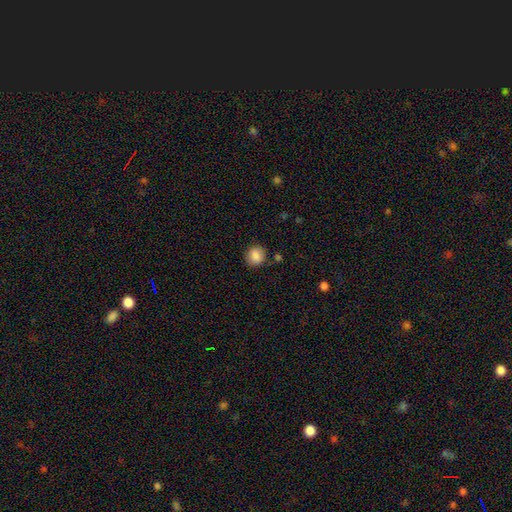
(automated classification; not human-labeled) Overall: smooth (86%). How rounded: round (80%). Merging: none (83%).